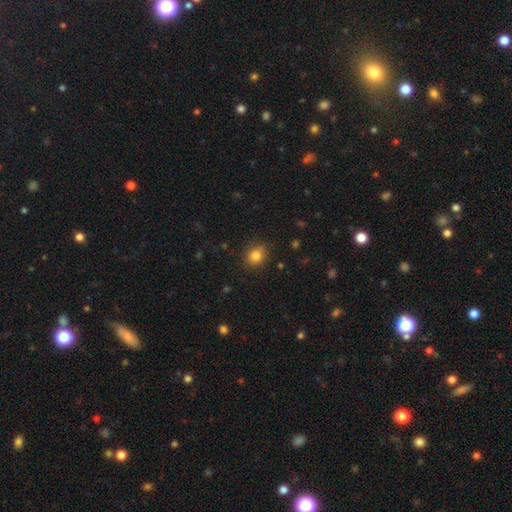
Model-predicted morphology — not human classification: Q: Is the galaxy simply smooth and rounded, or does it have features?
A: smooth — 83%.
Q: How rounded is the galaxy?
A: round — 76%.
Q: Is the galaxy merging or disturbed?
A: none — 84%.